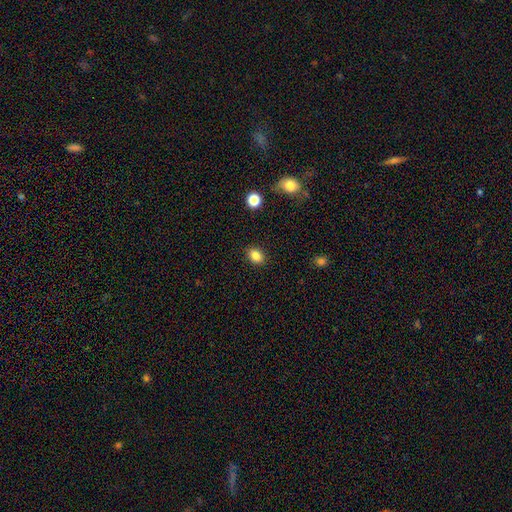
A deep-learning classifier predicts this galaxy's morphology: This is clearly a smooth galaxy (84%). How rounded: likely in between (69%). Merging: clearly none (89%).